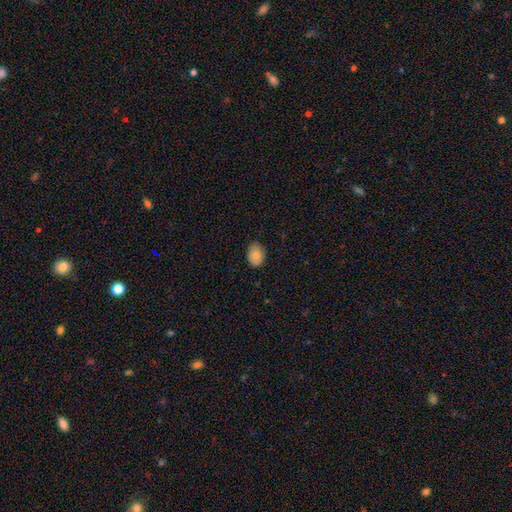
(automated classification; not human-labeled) Smooth or featured: smooth — 83% (featured or disk — 10%)
How rounded: in between — 79% (round — 20%)
Merging: none — 79% (minor disturbance — 18%)